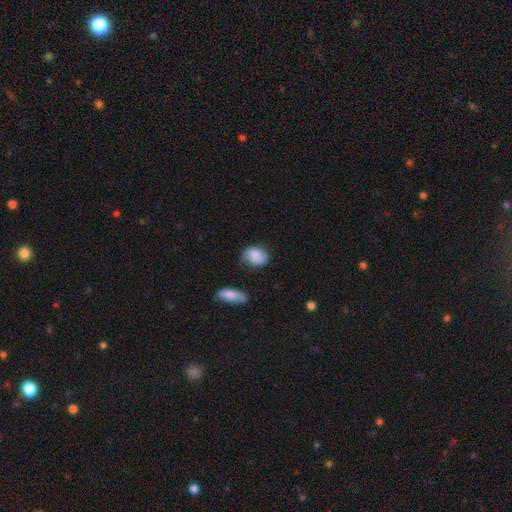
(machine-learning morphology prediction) smooth 79%, featured or disk 14%, star or artifact 8%. Down the decision tree: how rounded — in between (61%); merging — none (61%).